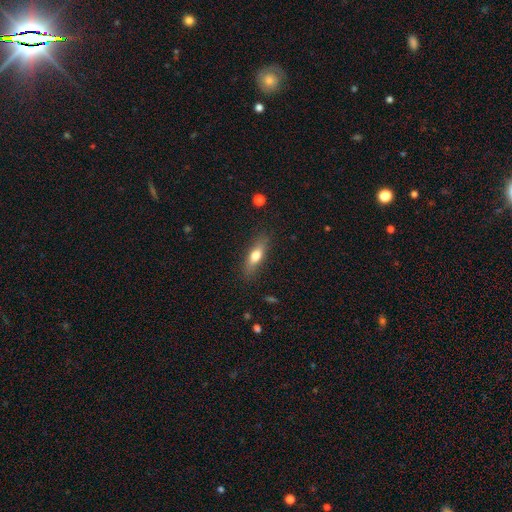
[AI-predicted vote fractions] A smooth galaxy with no disk features (66%) that is in between round and cigar-shaped (50%).

Vote fractions:
- Smooth or featured? smooth: 66% / featured or disk: 27% / star or artifact: 7%
- How rounded? in between: 50% / cigar-shaped: 46% / round: 4%
- Merging? none: 84% / minor disturbance: 12% / major disturbance: 3% / merger: 1%